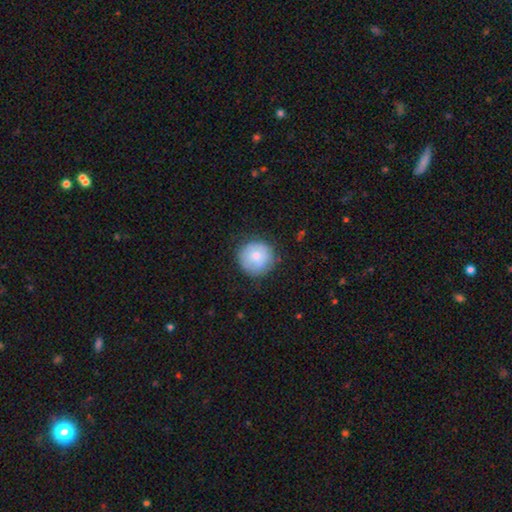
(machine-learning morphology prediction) smooth-or-featured: smooth: 73% | featured or disk: 20% | star or artifact: 7%
  how-rounded: round: 95% | in between: 4% | cigar-shaped: 1%
  merging: none: 82% | minor disturbance: 14% | major disturbance: 4% | merger: 1%